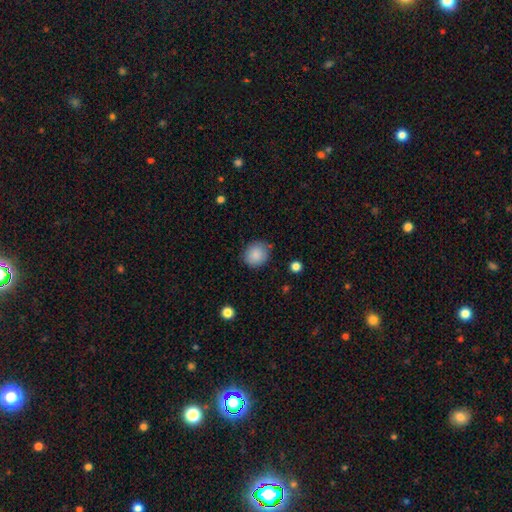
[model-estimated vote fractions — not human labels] Overall: smooth (87%). How rounded: round (80%). Merging: none (81%).